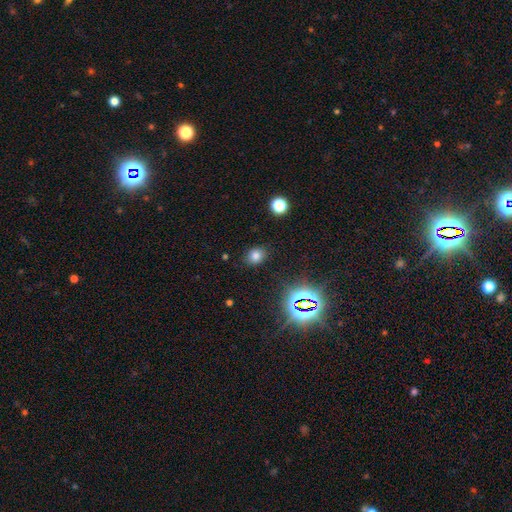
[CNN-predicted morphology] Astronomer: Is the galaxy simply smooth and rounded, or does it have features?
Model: smooth — 75%.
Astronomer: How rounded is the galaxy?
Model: round — 52% (runner-up: in between, 47%).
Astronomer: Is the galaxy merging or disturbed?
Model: none — 84%.